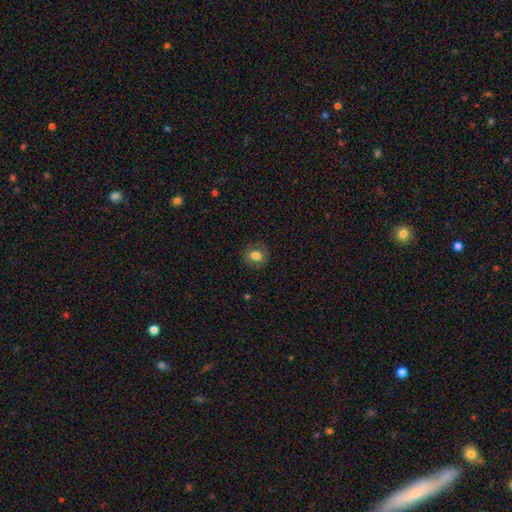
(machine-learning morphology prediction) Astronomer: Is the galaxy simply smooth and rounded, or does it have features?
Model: smooth — 77%.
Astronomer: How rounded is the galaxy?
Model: round — 70%.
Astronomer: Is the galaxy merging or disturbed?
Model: none — 84%.